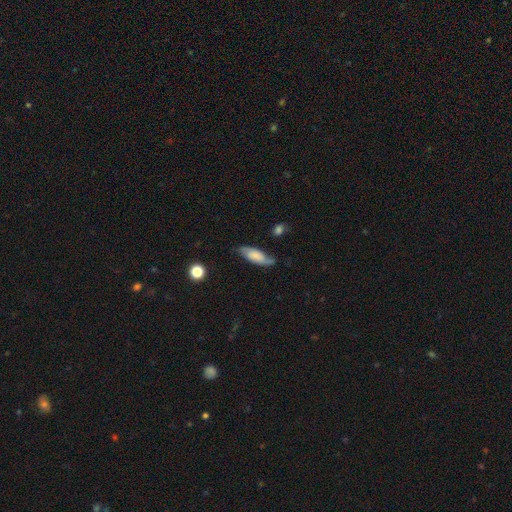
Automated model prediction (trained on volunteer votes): This is possibly a smooth galaxy (55%). How rounded: likely in between (69%). Merging: likely none (66%).